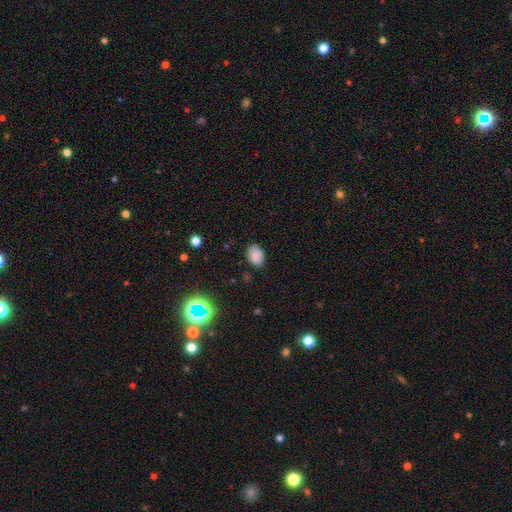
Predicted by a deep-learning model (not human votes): smooth 85%, star or artifact 11%, featured or disk 5%. Down the decision tree: how rounded — in between (79%); merging — none (81%).